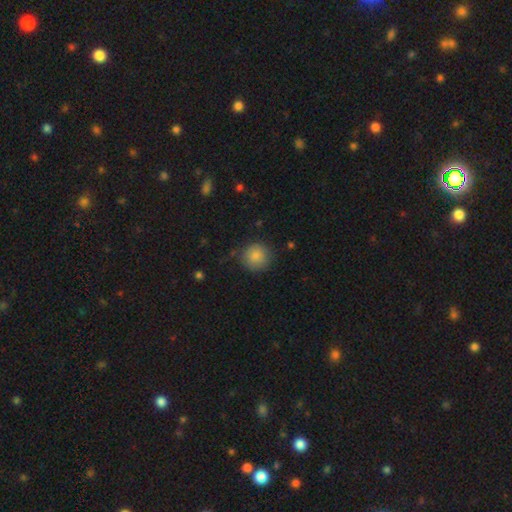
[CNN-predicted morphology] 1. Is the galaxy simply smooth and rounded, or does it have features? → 85% smooth, 9% star or artifact, 6% featured or disk.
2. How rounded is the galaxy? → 92% round, 7% in between, 1% cigar-shaped.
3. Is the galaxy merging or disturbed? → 81% none, 14% minor disturbance, 4% major disturbance, 2% merger.